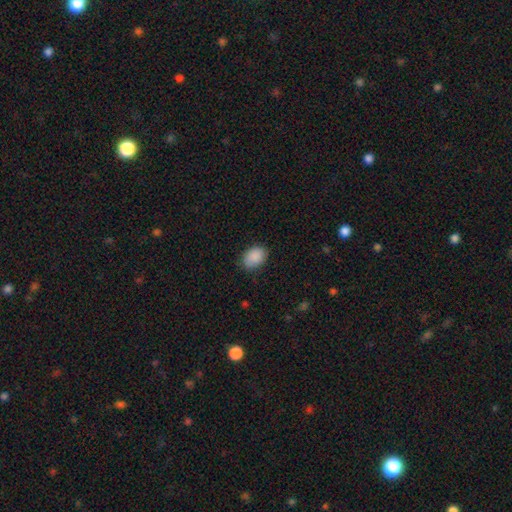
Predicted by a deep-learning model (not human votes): Morphology: type=smooth (89%); roundness=in between (76%); merging=none (80%).